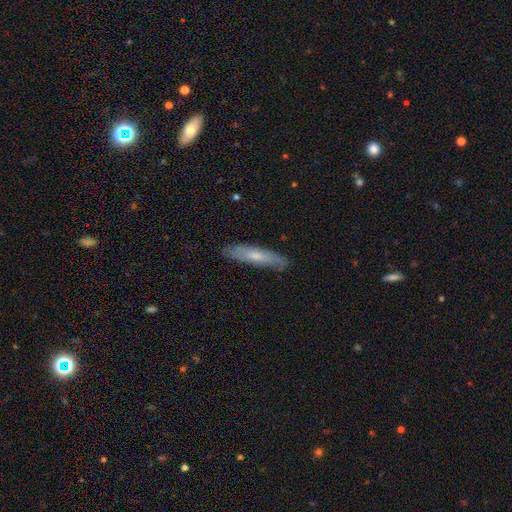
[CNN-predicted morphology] Smooth or featured? smooth (52%)
How rounded? cigar-shaped (83%)
Merging? none (81%)